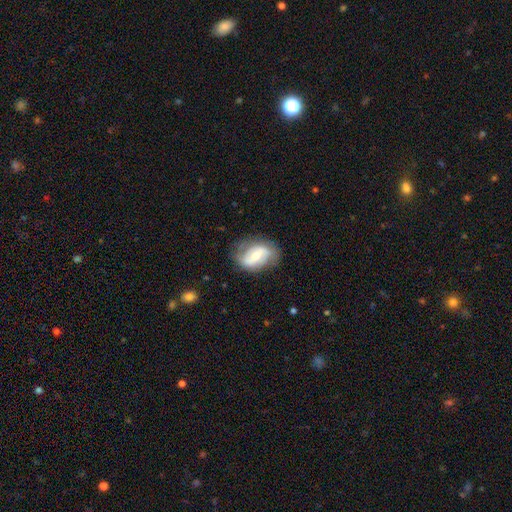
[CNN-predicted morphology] smooth_or_featured: featured or disk (p=0.70) [alt: smooth p=0.24]
disk_edge_on: no (p=0.96) [alt: yes p=0.04]
bar: weak (p=0.44) [alt: no p=0.29]
has_spiral_arms: yes (p=0.83) [alt: no p=0.17]
spiral_winding: medium (p=0.40) [alt: loose p=0.38]
spiral_arm_count: 2 (p=0.81) [alt: can't tell p=0.11]
bulge_size: moderate (p=0.58) [alt: small p=0.35]
merging: none (p=0.72) [alt: minor disturbance p=0.19]